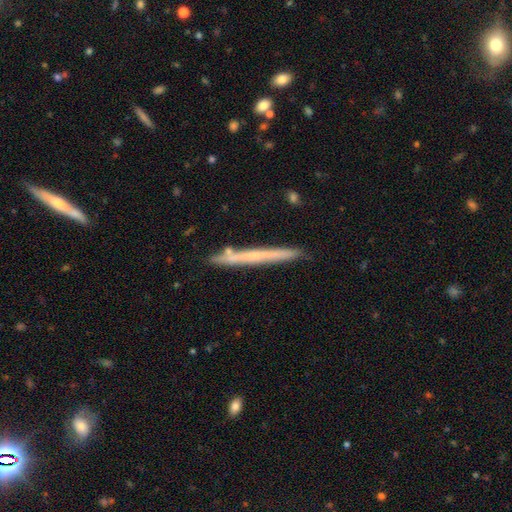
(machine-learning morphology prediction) This is possibly a featured or disk galaxy (49%). Merging: clearly none (87%).